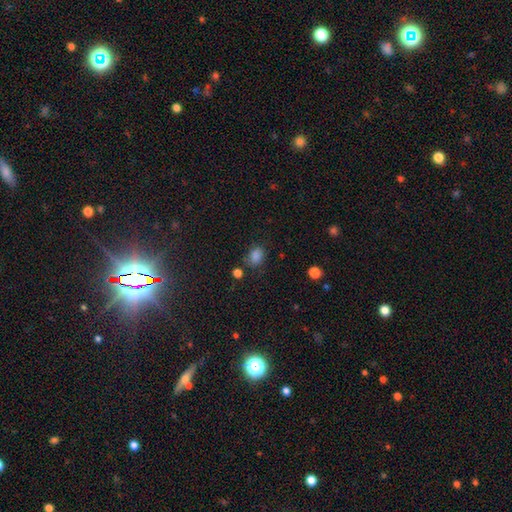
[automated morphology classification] A smooth galaxy with no disk features (82%) that is in between round and cigar-shaped (66%). Merging: none (69%).